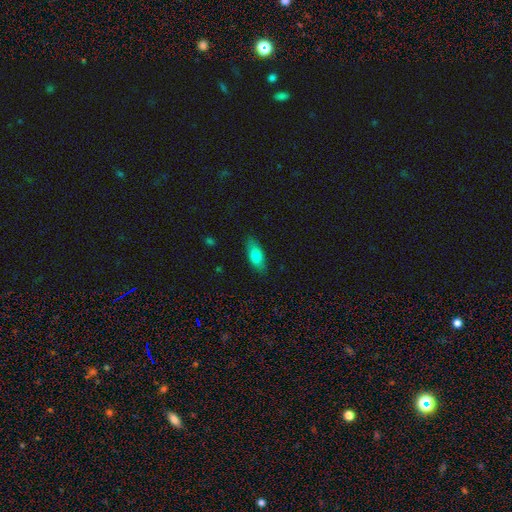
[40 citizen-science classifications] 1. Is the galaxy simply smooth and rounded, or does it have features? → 70% smooth, 22% featured or disk, 8% star or artifact.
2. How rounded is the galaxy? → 79% in between, 21% cigar-shaped, 0% round.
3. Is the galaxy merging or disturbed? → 86% none, 14% minor disturbance, 0% major disturbance, 0% merger.